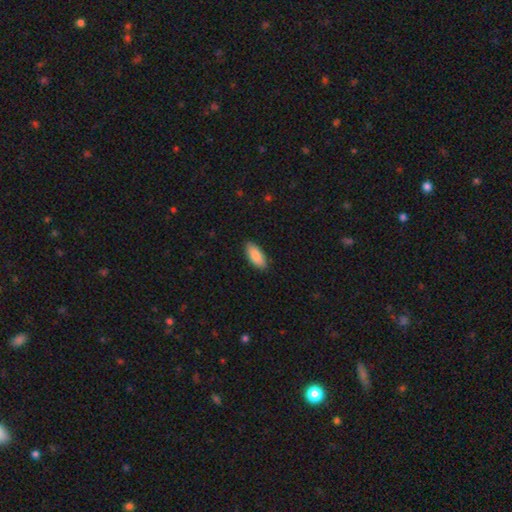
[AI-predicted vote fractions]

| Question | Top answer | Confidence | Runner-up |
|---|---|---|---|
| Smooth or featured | smooth | 88% | featured or disk (7%) |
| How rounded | in between | 85% | cigar-shaped (13%) |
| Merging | none | 89% | minor disturbance (8%) |